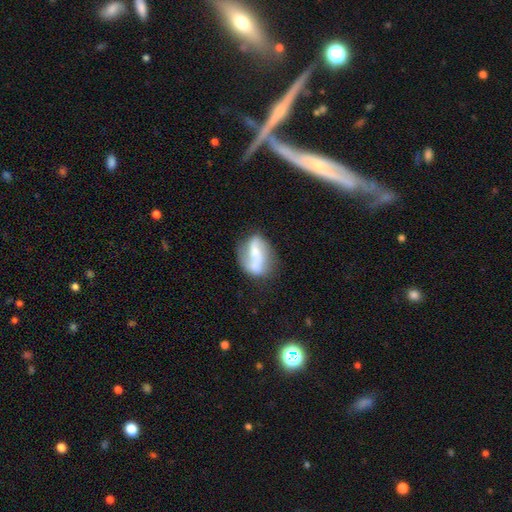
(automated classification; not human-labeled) featured or disk 67%, smooth 26%, star or artifact 7%. Down the decision tree: edge-on disk — no (93%); bar — strong (50%); spiral arms — yes (78%); bulge size — small (35%); merging — none (60%).